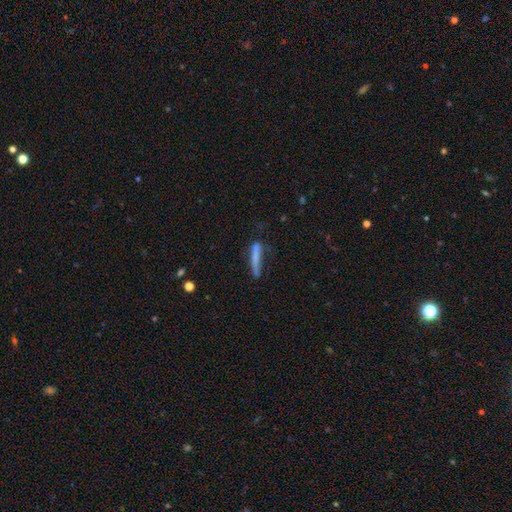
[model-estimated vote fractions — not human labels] Q: Smooth or featured?
A: smooth (64%); runner-up: featured or disk (27%)
Q: How rounded?
A: cigar-shaped (91%); runner-up: in between (7%)
Q: Merging?
A: none (53%); runner-up: minor disturbance (23%)